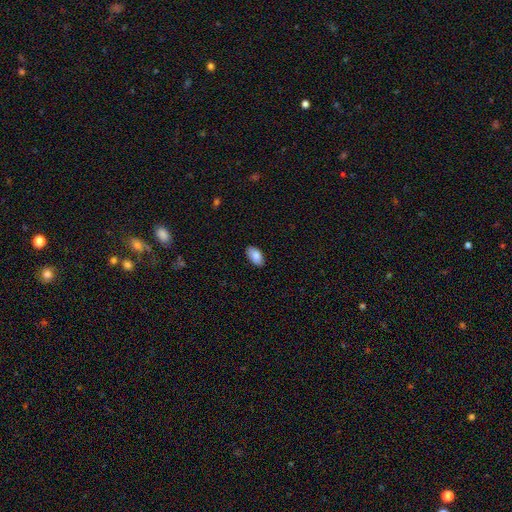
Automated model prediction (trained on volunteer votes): This is clearly a smooth galaxy (86%). How rounded: clearly in between (95%). Merging: clearly none (86%).